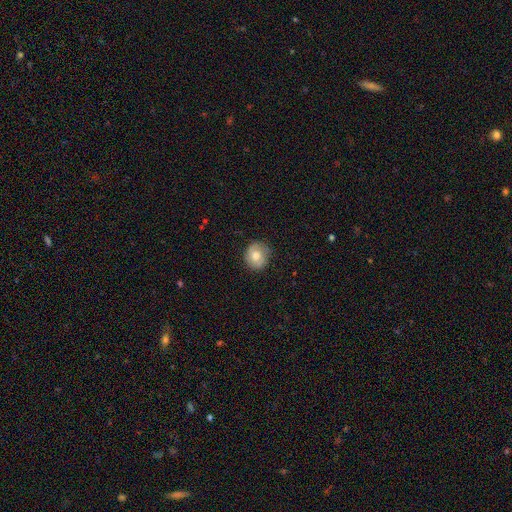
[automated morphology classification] Smooth or featured: smooth — 71% (featured or disk — 21%)
How rounded: round — 82% (in between — 17%)
Merging: none — 80% (minor disturbance — 15%)